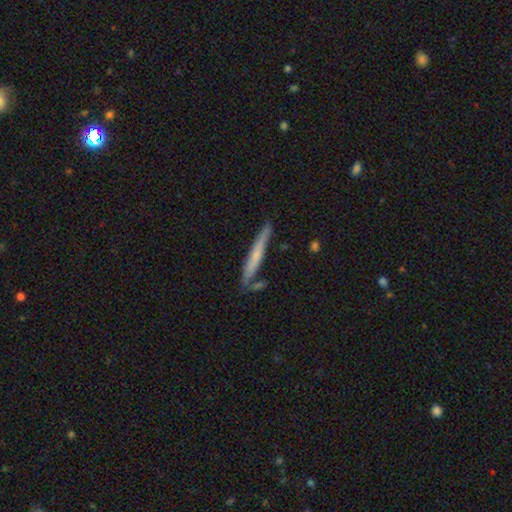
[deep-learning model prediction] Smooth or featured? Predicted: smooth (p=0.51). How rounded? Predicted: cigar-shaped (p=0.96). Merging? Predicted: none (p=0.78).